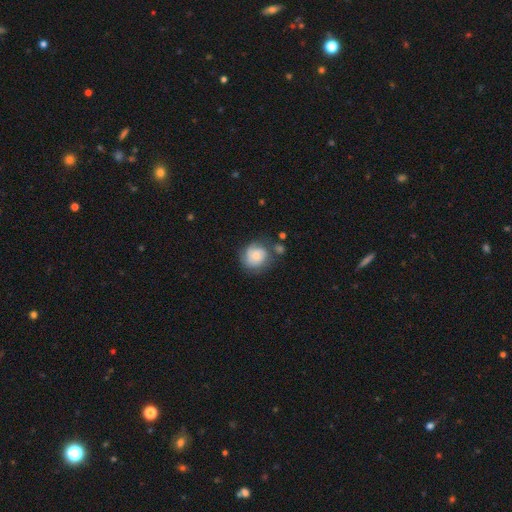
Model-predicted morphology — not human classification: Smooth or featured? smooth (57%)
How rounded? round (78%)
Merging? none (57%)